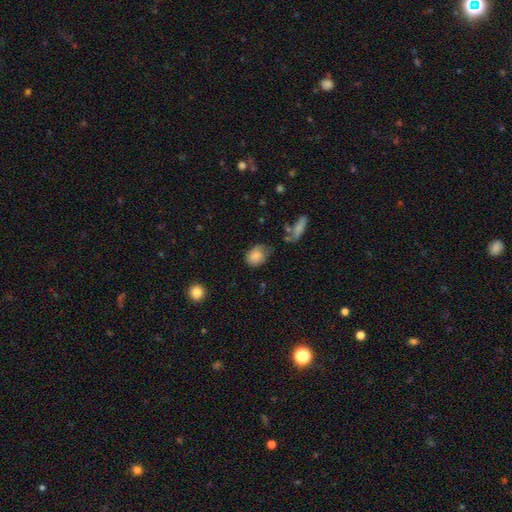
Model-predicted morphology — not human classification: Q: Smooth or featured?
A: smooth (82%); runner-up: featured or disk (10%)
Q: How rounded?
A: in between (56%); runner-up: round (42%)
Q: Merging?
A: none (43%); runner-up: minor disturbance (35%)